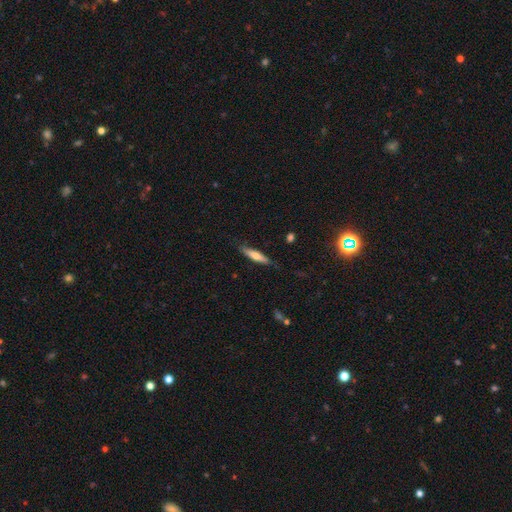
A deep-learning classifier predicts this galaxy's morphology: Smooth or featured?
  - smooth: 60% *
  - featured or disk: 34%
  - star or artifact: 6%
How rounded?
  - cigar-shaped: 80% *
  - in between: 18%
  - round: 2%
Merging?
  - none: 82% *
  - minor disturbance: 14%
  - major disturbance: 3%
  - merger: 1%